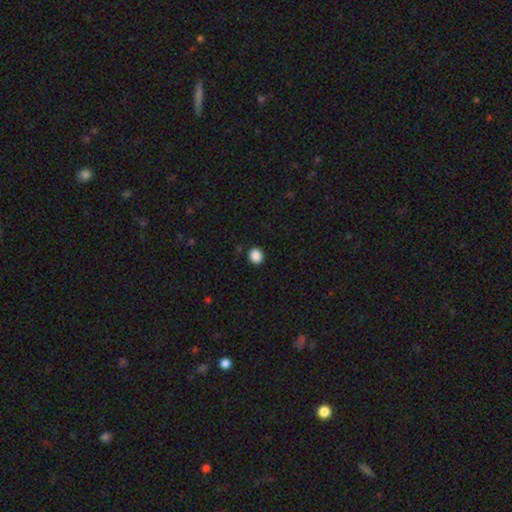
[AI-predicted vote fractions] Q: Smooth or featured?
A: smooth (88%); runner-up: star or artifact (9%)
Q: How rounded?
A: round (74%); runner-up: in between (25%)
Q: Merging?
A: none (91%); runner-up: minor disturbance (6%)